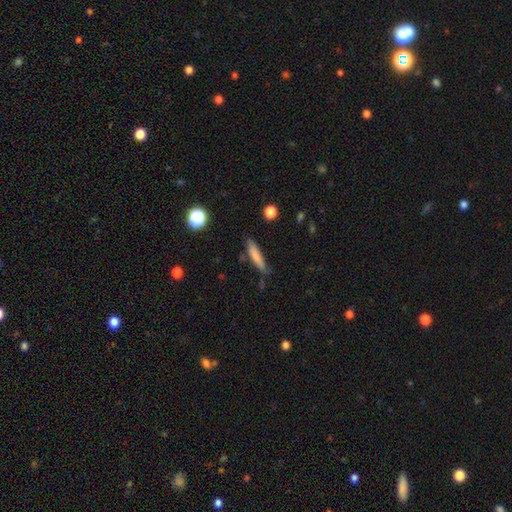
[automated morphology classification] Smooth or featured? smooth (77%)
How rounded? cigar-shaped (85%)
Merging? none (75%)